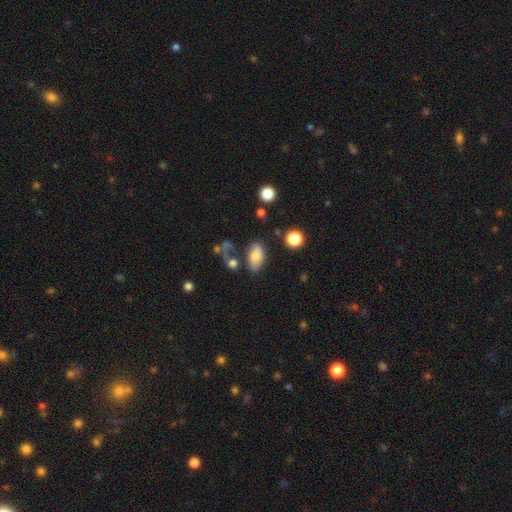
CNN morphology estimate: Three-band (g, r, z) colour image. It shows a smooth galaxy with no disk features (74%) that is in between round and cigar-shaped (90%). Merging: none (59%).